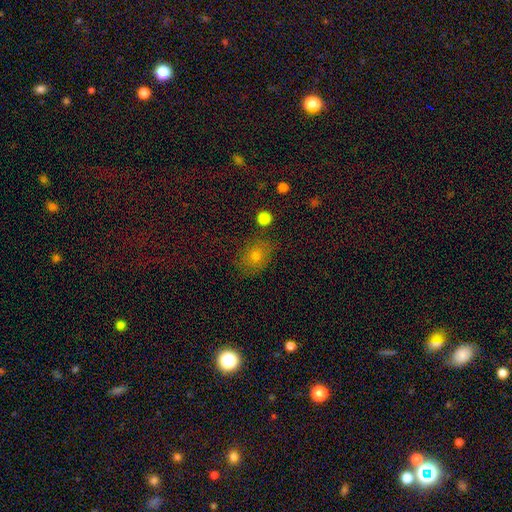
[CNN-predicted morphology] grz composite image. It shows a smooth galaxy with no disk features (68%) that is in between round and cigar-shaped (51%). Merging: none (74%).